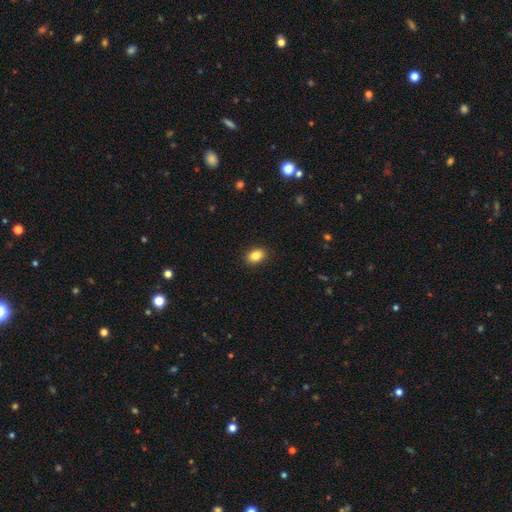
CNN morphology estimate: Smooth or featured? Predicted: smooth (p=0.85). How rounded? Predicted: in between (p=0.72). Merging? Predicted: none (p=0.90).